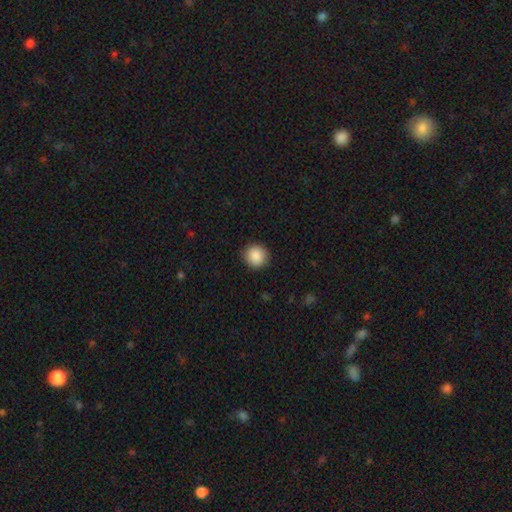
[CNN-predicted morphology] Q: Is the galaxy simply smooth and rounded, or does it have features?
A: smooth — 89%.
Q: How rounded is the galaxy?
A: round — 93%.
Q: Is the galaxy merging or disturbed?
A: none — 91%.